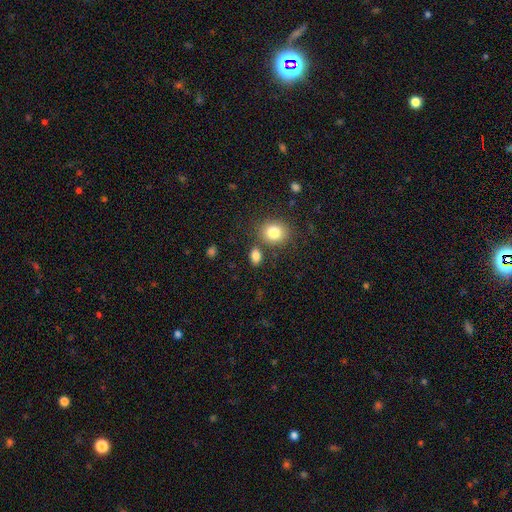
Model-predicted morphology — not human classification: smooth-or-featured: smooth: 84% | star or artifact: 10% | featured or disk: 6%
  how-rounded: in between: 73% | round: 26% | cigar-shaped: 2%
  merging: none: 72% | merger: 13% | minor disturbance: 11% | major disturbance: 4%